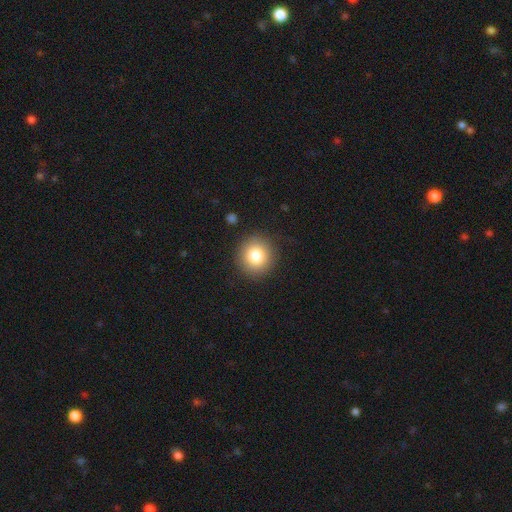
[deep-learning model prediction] This is clearly a smooth galaxy (81%). How rounded: clearly round (93%). Merging: clearly none (90%).